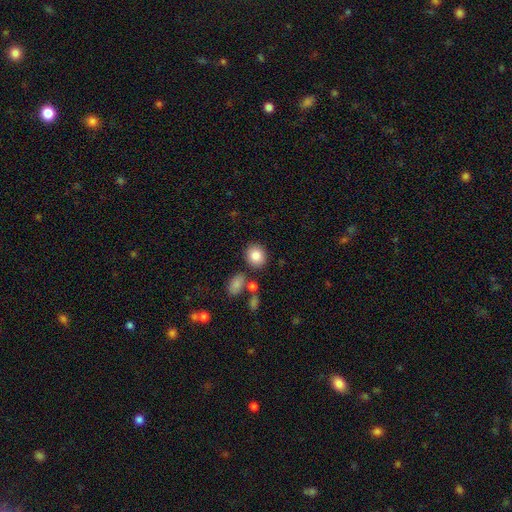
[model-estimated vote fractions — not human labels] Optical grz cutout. It shows a smooth galaxy with no disk features (84%) that is round (73%). Merging: none (81%).